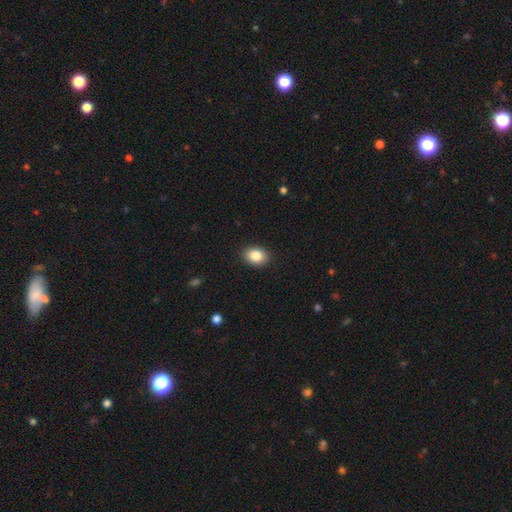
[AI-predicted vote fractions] Morphology: type=smooth (87%); roundness=in between (72%); merging=none (90%).